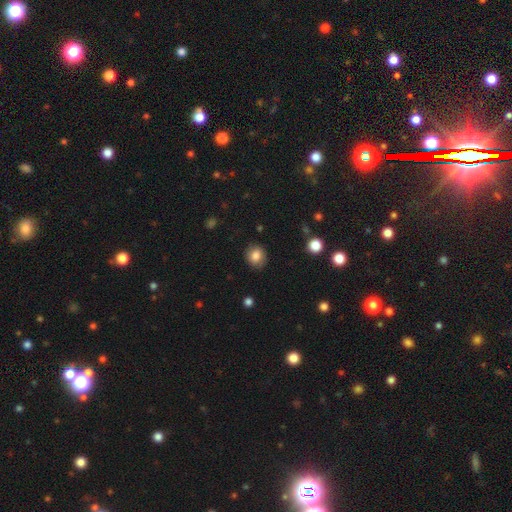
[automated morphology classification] Smooth or featured? Predicted: smooth (p=0.83). How rounded? Predicted: round (p=0.70). Merging? Predicted: none (p=0.86).